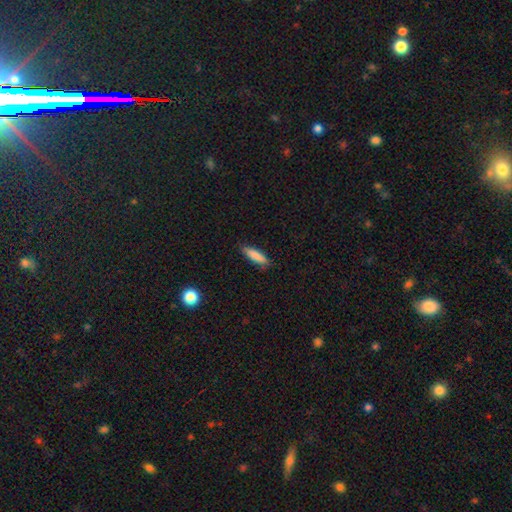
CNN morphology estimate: The model was most divided on "how rounded": cigar-shaped: 66%, in between: 32%, round: 2%. More confident: smooth or featured — smooth (83%); merging — none (83%).